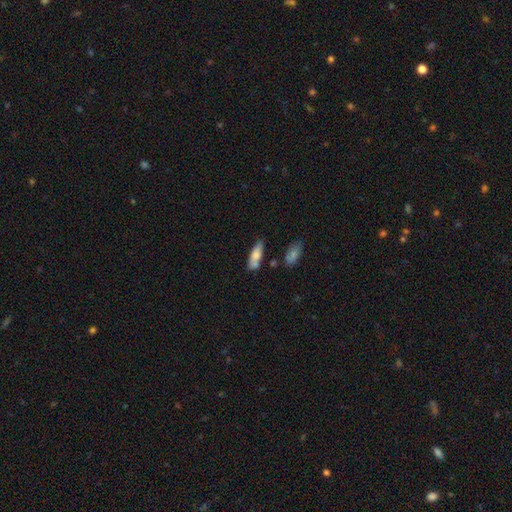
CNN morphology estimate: Overall: smooth (73%). How rounded: in between (60%; cigar-shaped 37%). Merging: none (61%; minor disturbance 23%).